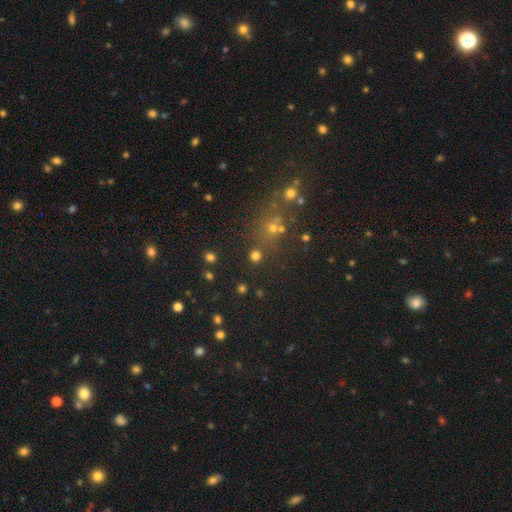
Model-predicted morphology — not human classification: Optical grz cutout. It shows a smooth galaxy with no disk features (72%) that is round (90%). Merging: none (81%).